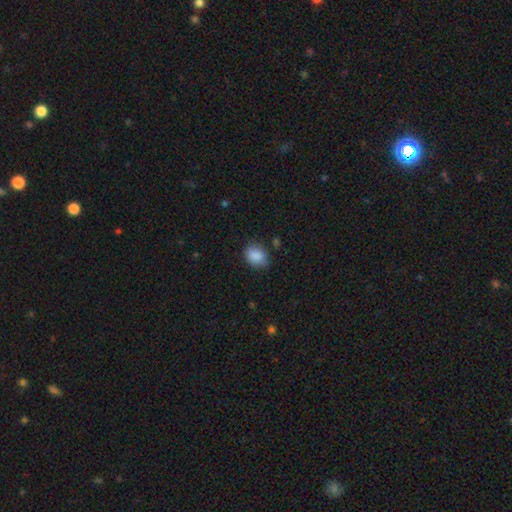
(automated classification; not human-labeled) Smooth or featured: smooth — 87% (star or artifact — 8%)
How rounded: in between — 60% (round — 39%)
Merging: none — 76% (minor disturbance — 18%)